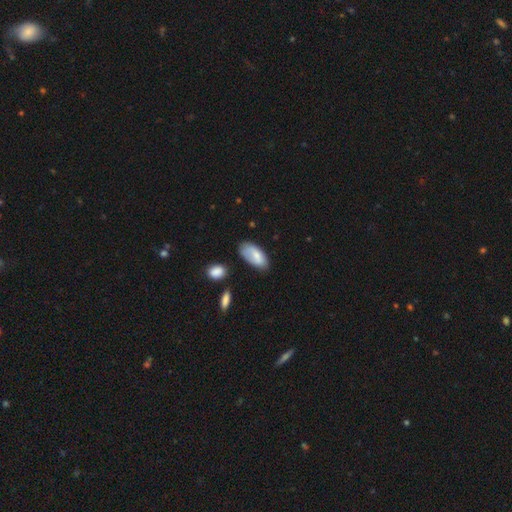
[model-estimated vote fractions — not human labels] Smooth or featured: smooth — 76% (featured or disk — 18%)
How rounded: in between — 92% (cigar-shaped — 6%)
Merging: none — 63% (minor disturbance — 27%)